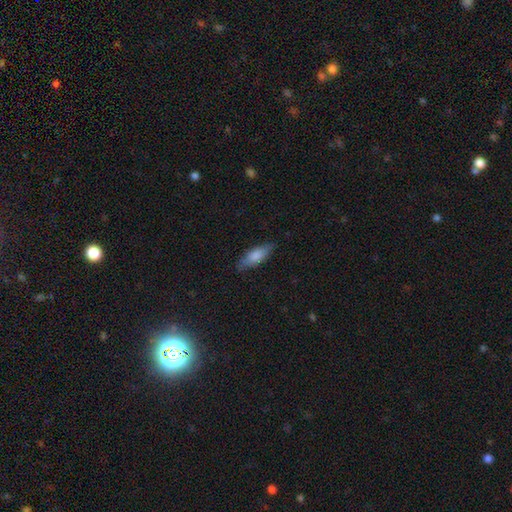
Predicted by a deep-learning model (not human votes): smooth-or-featured: smooth: 77% | featured or disk: 17% | star or artifact: 6%
  how-rounded: in between: 64% | cigar-shaped: 34% | round: 2%
  merging: none: 80% | minor disturbance: 16% | major disturbance: 3% | merger: 1%